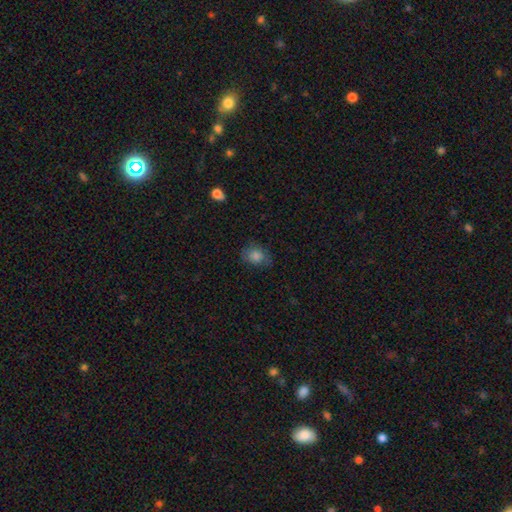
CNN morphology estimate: type=smooth (80%); roundness=round (51%); merging=none (68%).